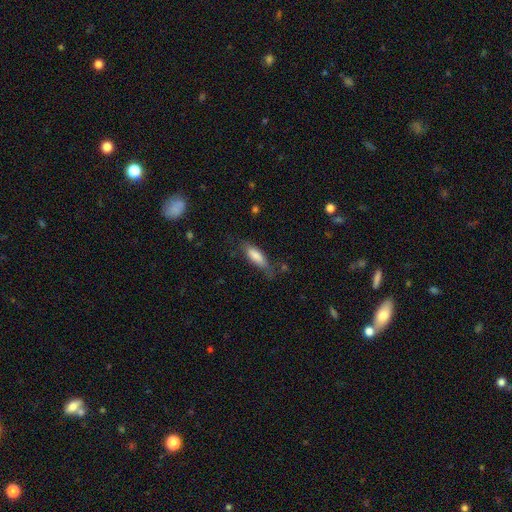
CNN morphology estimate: smooth 78%, featured or disk 15%, star or artifact 6%. Down the decision tree: how rounded — in between (57%); merging — none (57%).